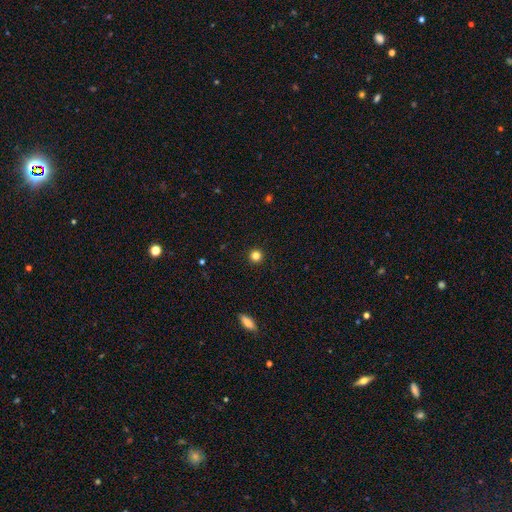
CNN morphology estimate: smooth 83%, star or artifact 13%, featured or disk 4%. Down the decision tree: how rounded — round (96%); merging — none (93%).